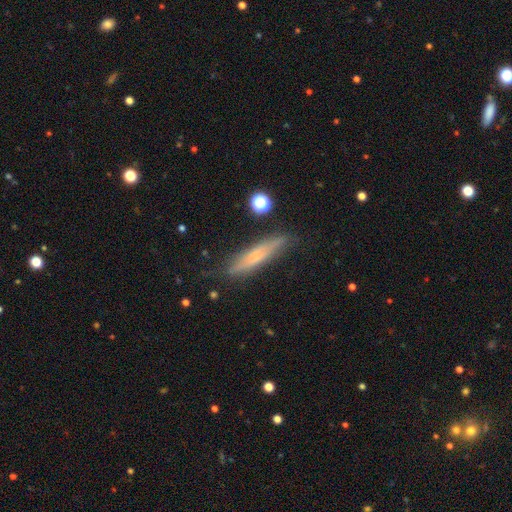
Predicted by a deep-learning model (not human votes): Smooth or featured? Predicted: smooth (p=0.50). How rounded? Predicted: cigar-shaped (p=0.87). Merging? Predicted: none (p=0.76).